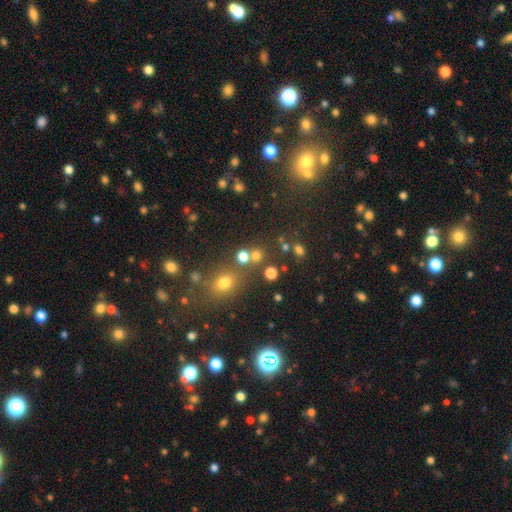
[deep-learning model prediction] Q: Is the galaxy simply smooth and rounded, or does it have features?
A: smooth — 71%.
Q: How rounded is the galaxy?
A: round — 86%.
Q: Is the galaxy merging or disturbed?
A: none — 69%.